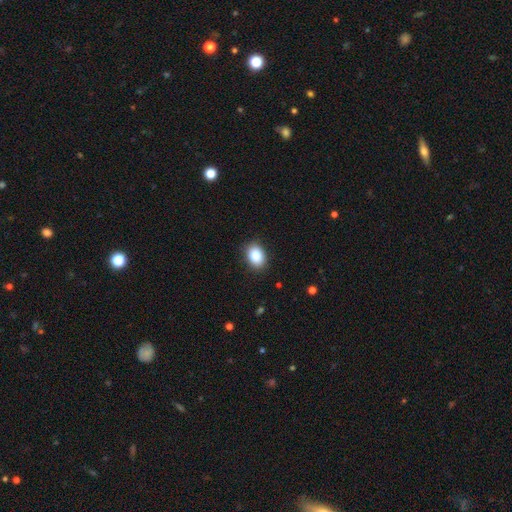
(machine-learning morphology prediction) Smooth or featured? smooth (88%)
How rounded? in between (78%)
Merging? none (87%)